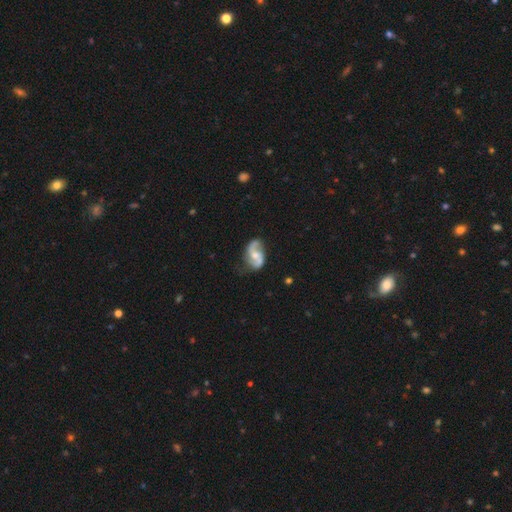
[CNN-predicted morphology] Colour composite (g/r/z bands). It shows a featured or disk galaxy (85%) with no bar (48%), 2 (91%) loose (45%) spiral arms (95%) and a moderate central bulge (60%). Merging: none (69%).